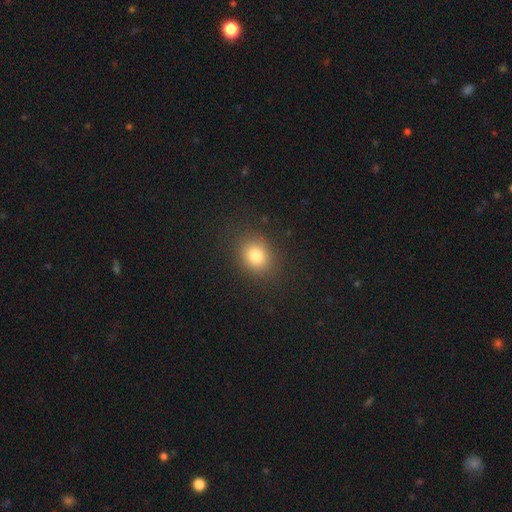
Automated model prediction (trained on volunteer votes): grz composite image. It shows a smooth galaxy with no disk features (80%) that is round (58%). Merging: none (86%).